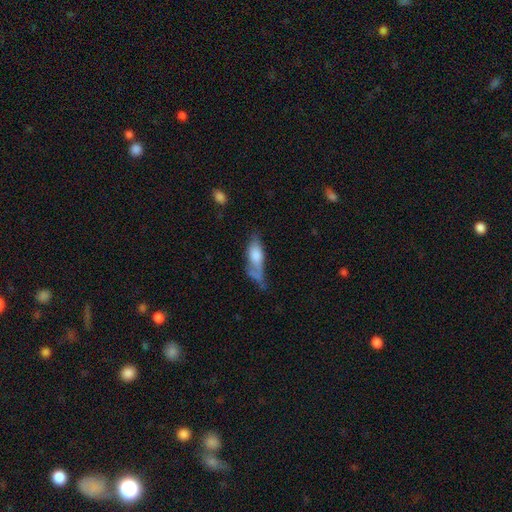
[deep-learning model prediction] Q: Smooth or featured?
A: smooth (57%); runner-up: featured or disk (34%)
Q: How rounded?
A: in between (59%); runner-up: cigar-shaped (38%)
Q: Merging?
A: none (33%); runner-up: minor disturbance (31%)